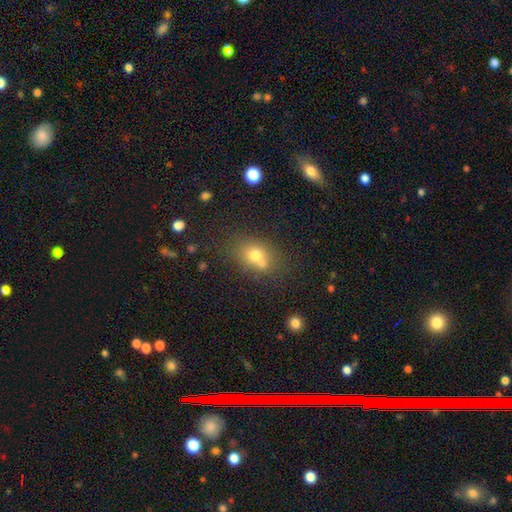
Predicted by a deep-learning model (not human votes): Smooth or featured? smooth (70%)
How rounded? in between (50%)
Merging? none (50%)